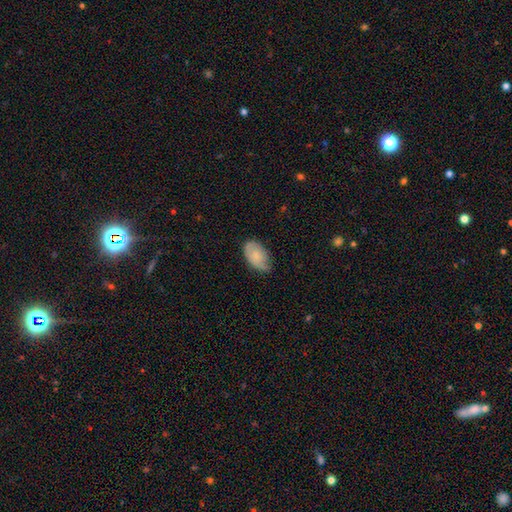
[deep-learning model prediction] Smooth or featured? Predicted: smooth (p=0.72). How rounded? Predicted: in between (p=0.93). Merging? Predicted: none (p=0.61).